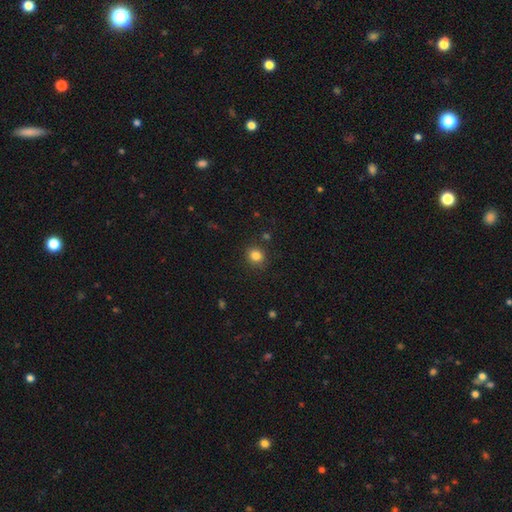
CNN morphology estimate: This is clearly a smooth galaxy (83%). How rounded: clearly round (81%). Merging: clearly none (87%).